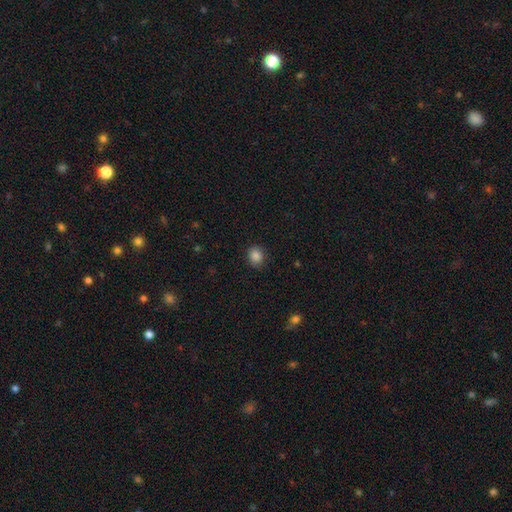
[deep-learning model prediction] smooth-or-featured: smooth: 85% | star or artifact: 11% | featured or disk: 4%
  how-rounded: round: 70% | in between: 29% | cigar-shaped: 1%
  merging: none: 87% | minor disturbance: 10% | major disturbance: 2% | merger: 1%